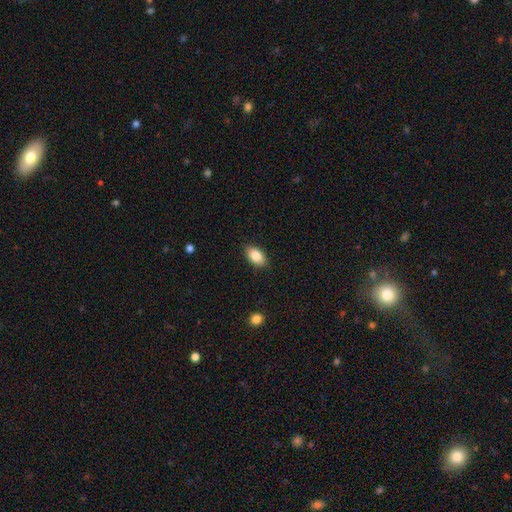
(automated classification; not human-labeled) This appears to be a smooth galaxy with no disk features (86%) that is in between round and cigar-shaped (92%). Merging: none (88%).